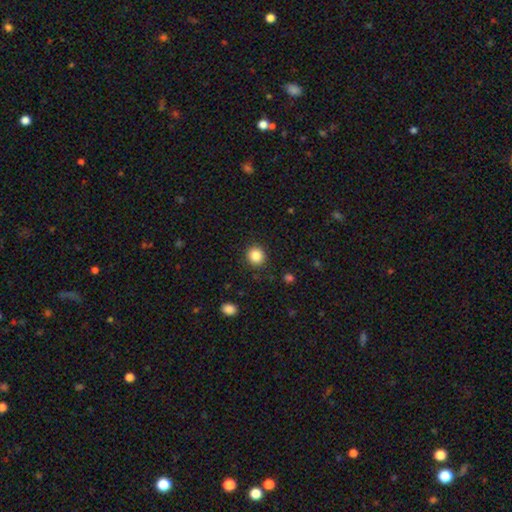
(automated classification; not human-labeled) smooth_or_featured: smooth (p=0.85) [alt: star or artifact p=0.10]
how_rounded: round (p=0.88) [alt: in between p=0.11]
merging: none (p=0.90) [alt: minor disturbance p=0.07]